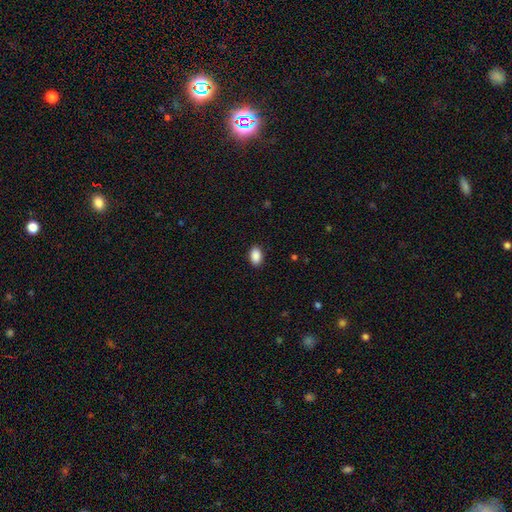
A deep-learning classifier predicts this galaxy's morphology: Q: Smooth or featured?
A: smooth (90%); runner-up: star or artifact (7%)
Q: How rounded?
A: in between (89%); runner-up: round (9%)
Q: Merging?
A: none (89%); runner-up: minor disturbance (8%)